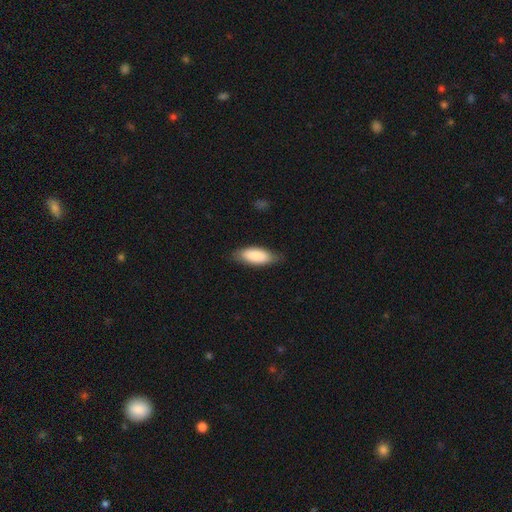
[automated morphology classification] A smooth galaxy with no disk features (86%) that is in between round and cigar-shaped (77%).

Vote fractions:
- Smooth or featured? smooth: 86% / featured or disk: 8% / star or artifact: 5%
- How rounded? in between: 77% / cigar-shaped: 21% / round: 2%
- Merging? none: 79% / minor disturbance: 17% / major disturbance: 3% / merger: 1%